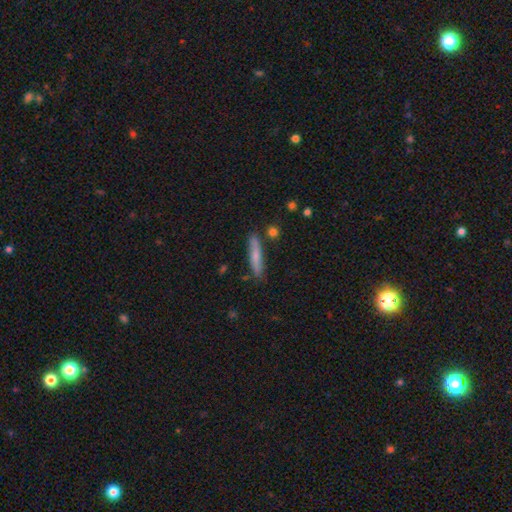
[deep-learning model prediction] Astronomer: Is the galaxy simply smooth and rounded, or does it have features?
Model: smooth — 68%.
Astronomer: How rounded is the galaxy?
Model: cigar-shaped — 89%.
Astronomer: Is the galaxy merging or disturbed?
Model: none — 82%.